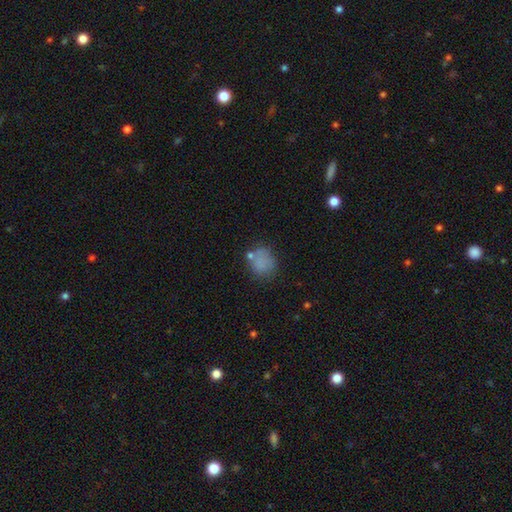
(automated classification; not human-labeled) Smooth or featured?
  - smooth: 75% *
  - star or artifact: 15%
  - featured or disk: 10%
How rounded?
  - round: 73% *
  - in between: 26%
  - cigar-shaped: 1%
Merging?
  - none: 65% *
  - minor disturbance: 18%
  - merger: 9%
  - major disturbance: 8%